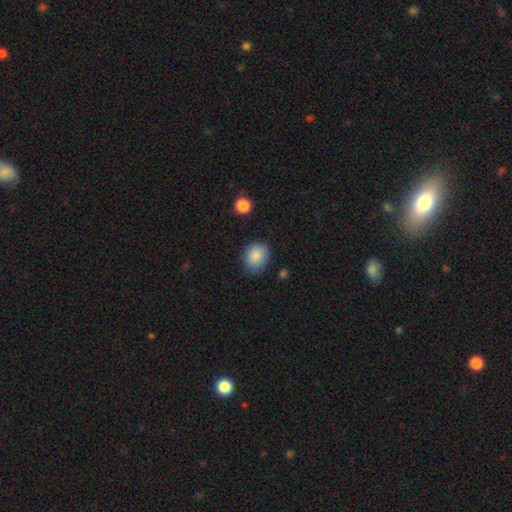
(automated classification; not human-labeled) A smooth galaxy with no disk features (87%) that is round (60%). Merging: none (80%).